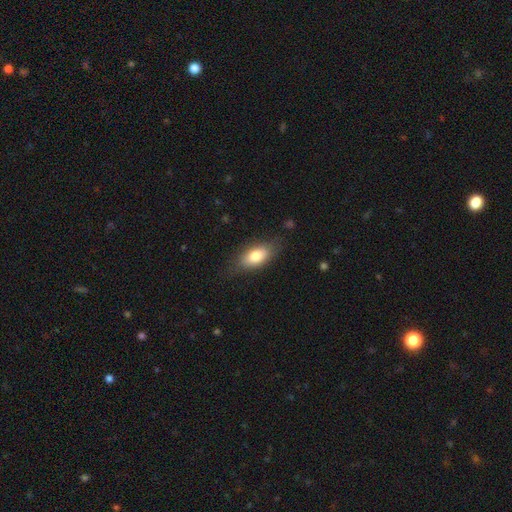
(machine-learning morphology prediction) Smooth or featured? Predicted: smooth (p=0.77). How rounded? Predicted: in between (p=0.86). Merging? Predicted: none (p=0.76).